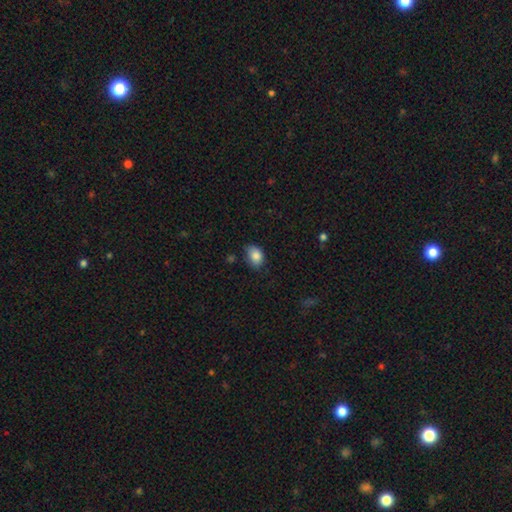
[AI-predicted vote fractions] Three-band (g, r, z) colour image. It shows a smooth galaxy with no disk features (85%) that is in between round and cigar-shaped (68%). Merging: none (63%).